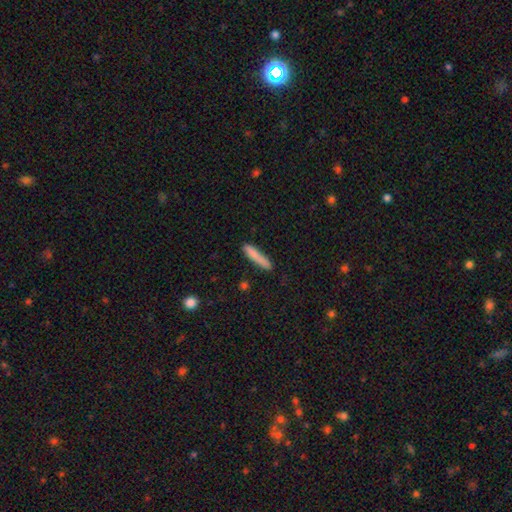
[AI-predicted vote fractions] Smooth or featured? smooth (82%)
How rounded? cigar-shaped (91%)
Merging? none (81%)